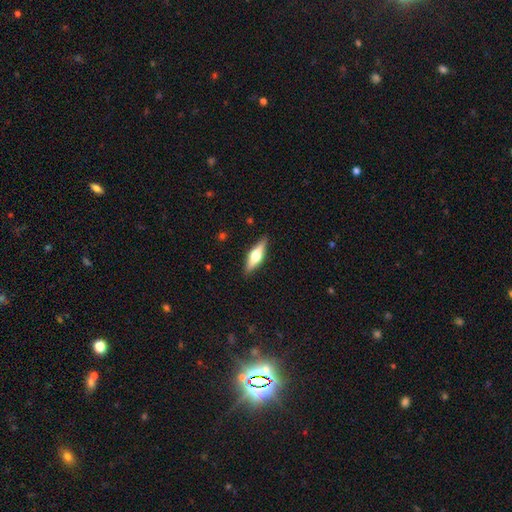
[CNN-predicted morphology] A featured or disk galaxy (58%) viewed edge-on (95%) with a rounded central bulge (94%).

Vote fractions:
- Smooth or featured? featured or disk: 58% / smooth: 36% / star or artifact: 6%
- Edge-on disk? yes: 95% / no: 5%
- Edge-on bulge? rounded: 94% / boxy: 4% / none: 2%
- Merging? none: 89% / minor disturbance: 8% / major disturbance: 2% / merger: 1%